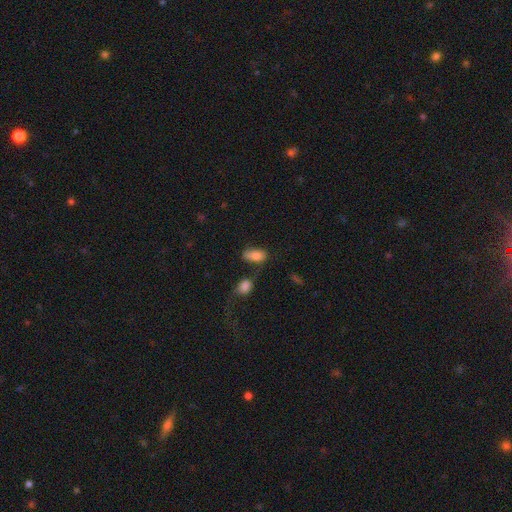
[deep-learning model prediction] smooth-or-featured: smooth: 81% | featured or disk: 11% | star or artifact: 9%
  how-rounded: in between: 91% | round: 5% | cigar-shaped: 4%
  merging: none: 49% | minor disturbance: 22% | merger: 18% | major disturbance: 11%